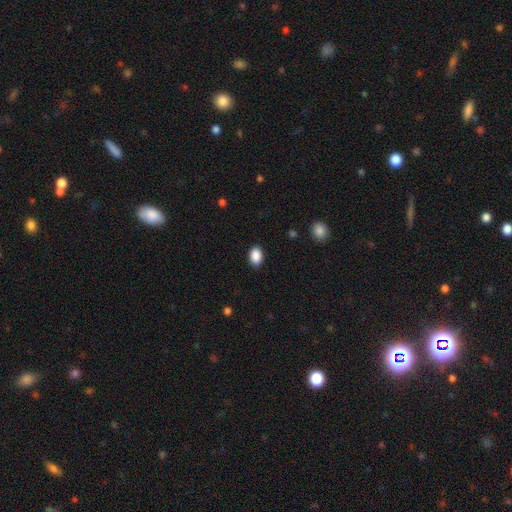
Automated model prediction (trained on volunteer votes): smooth-or-featured: smooth: 90% | star or artifact: 8% | featured or disk: 3%
  how-rounded: in between: 84% | round: 15% | cigar-shaped: 1%
  merging: none: 88% | minor disturbance: 9% | major disturbance: 2% | merger: 1%